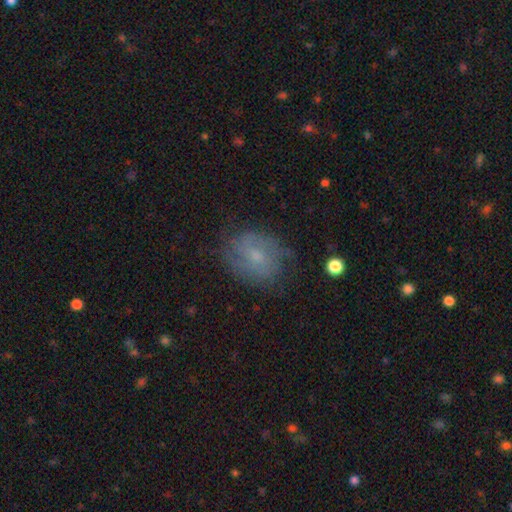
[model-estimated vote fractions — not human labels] Smooth or featured? Predicted: featured or disk (p=0.49). Merging? Predicted: none (p=0.73).